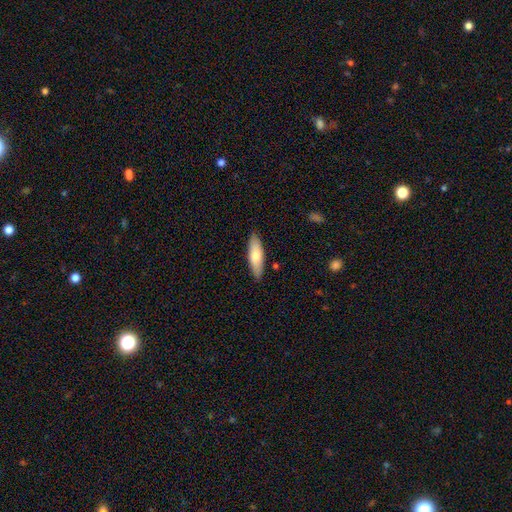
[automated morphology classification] This is likely a smooth galaxy (71%). How rounded: possibly cigar-shaped (53%). Merging: clearly none (87%).